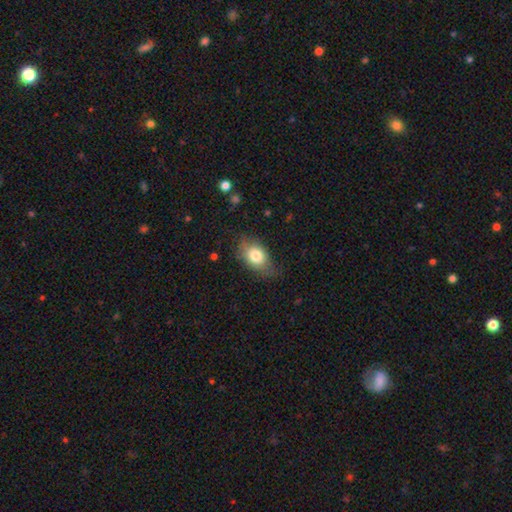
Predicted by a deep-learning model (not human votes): Smooth or featured? smooth (77%)
How rounded? in between (83%)
Merging? none (63%)